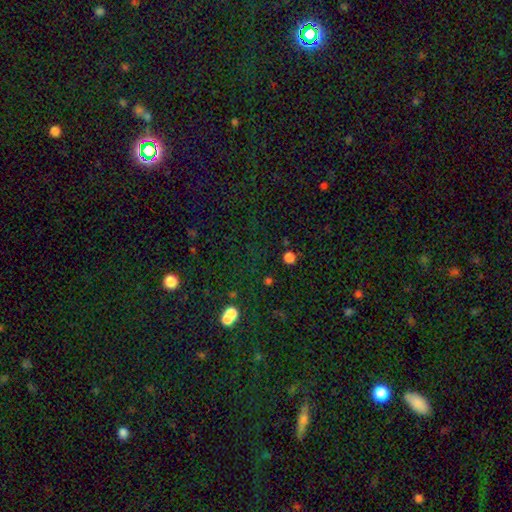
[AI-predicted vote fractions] Q: Smooth or featured?
A: star or artifact (69%); runner-up: smooth (22%)